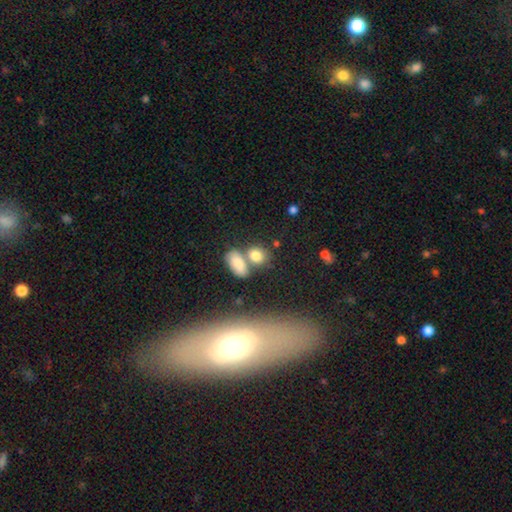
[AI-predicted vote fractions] Overall: smooth (78%). How rounded: in between (55%; round 42%). Merging: none (48%; merger 36%).